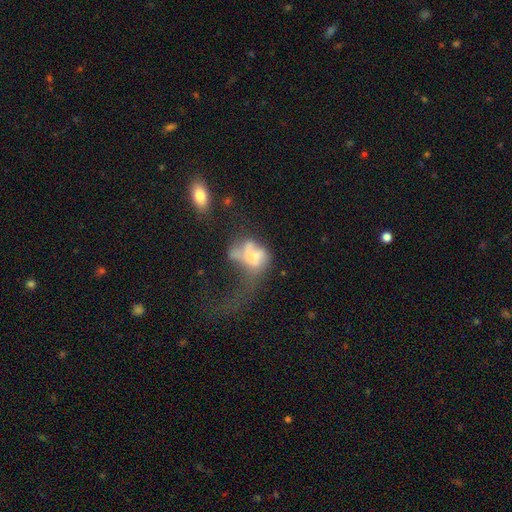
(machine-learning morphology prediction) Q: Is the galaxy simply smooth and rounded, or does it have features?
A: featured or disk — 44%, tied with smooth.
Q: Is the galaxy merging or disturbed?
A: major disturbance — 52%.